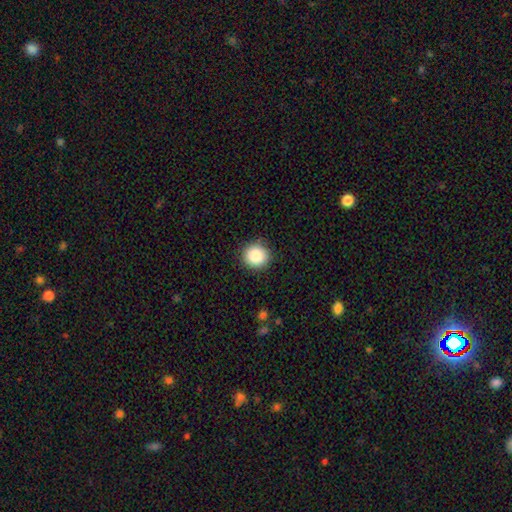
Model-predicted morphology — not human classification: Smooth or featured? smooth (88%)
How rounded? round (92%)
Merging? none (90%)